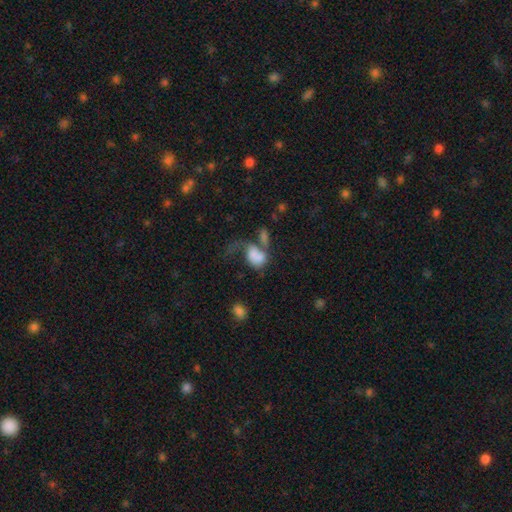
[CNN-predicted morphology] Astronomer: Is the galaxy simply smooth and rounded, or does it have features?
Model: smooth — 65%.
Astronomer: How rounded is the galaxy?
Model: in between — 71%.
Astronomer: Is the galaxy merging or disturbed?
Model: merger — 52%.